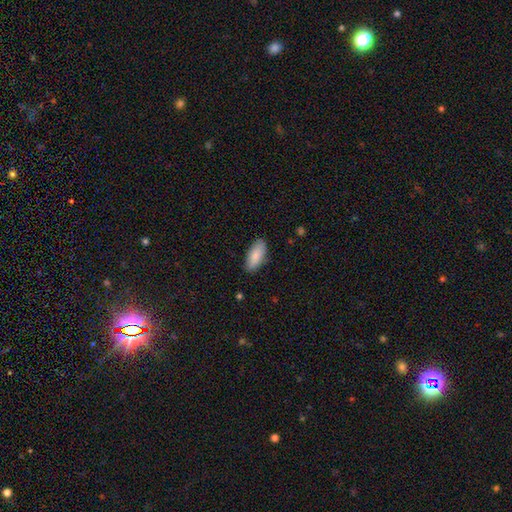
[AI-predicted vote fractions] smooth-or-featured: smooth: 87% | featured or disk: 7% | star or artifact: 6%
  how-rounded: in between: 87% | cigar-shaped: 11% | round: 2%
  merging: none: 85% | minor disturbance: 12% | major disturbance: 2% | merger: 1%